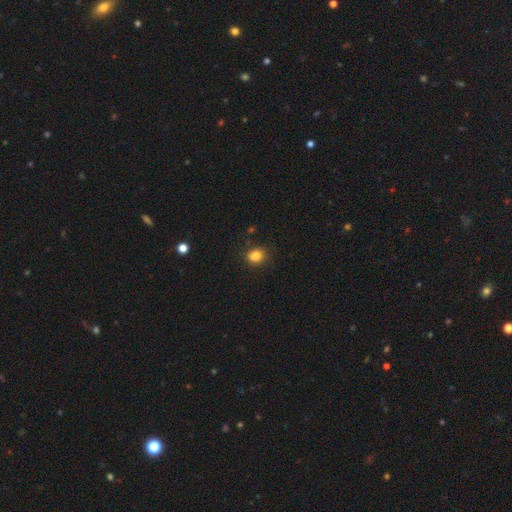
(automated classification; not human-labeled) Smooth or featured? smooth (83%)
How rounded? round (63%)
Merging? none (77%)